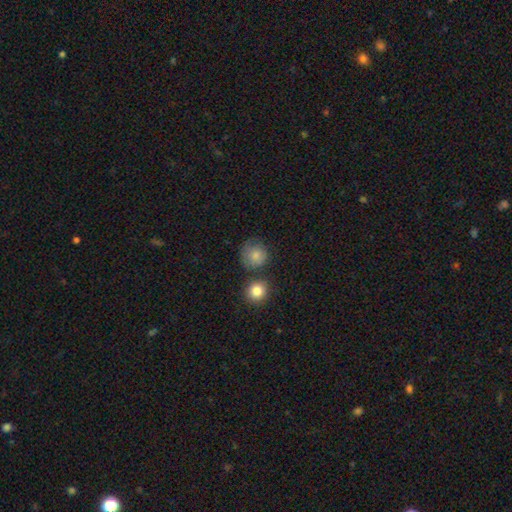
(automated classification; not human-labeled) smooth 81%, star or artifact 10%, featured or disk 9%. Down the decision tree: how rounded — round (90%); merging — none (65%).